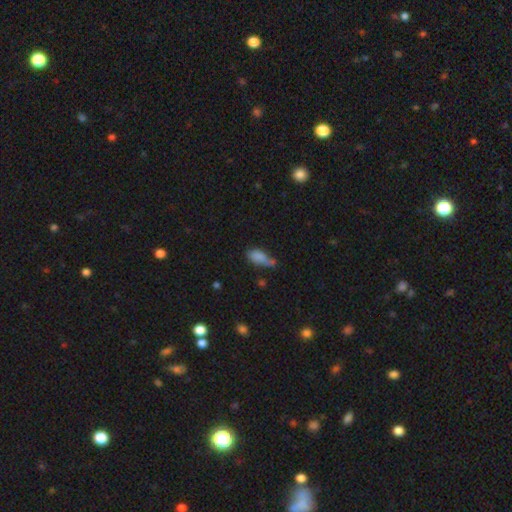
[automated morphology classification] Smooth or featured?
  - smooth: 80% *
  - star or artifact: 11%
  - featured or disk: 9%
How rounded?
  - in between: 81% *
  - cigar-shaped: 14%
  - round: 4%
Merging?
  - none: 39% *
  - minor disturbance: 32%
  - merger: 16%
  - major disturbance: 13%